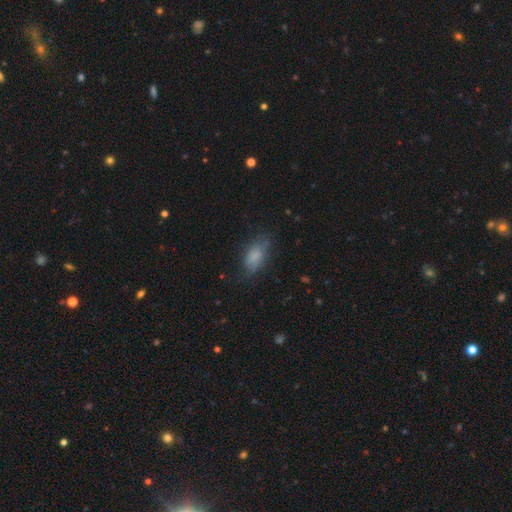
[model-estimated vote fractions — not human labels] Smooth or featured?
  - smooth: 78% *
  - featured or disk: 11%
  - star or artifact: 10%
How rounded?
  - in between: 86% *
  - cigar-shaped: 8%
  - round: 5%
Merging?
  - none: 70% *
  - minor disturbance: 21%
  - major disturbance: 8%
  - merger: 1%